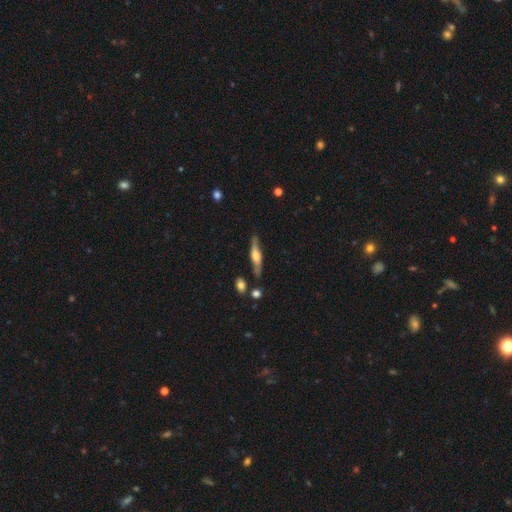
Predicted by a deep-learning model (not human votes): A featured or disk galaxy (59%) viewed edge-on (76%). Merging: none (75%).